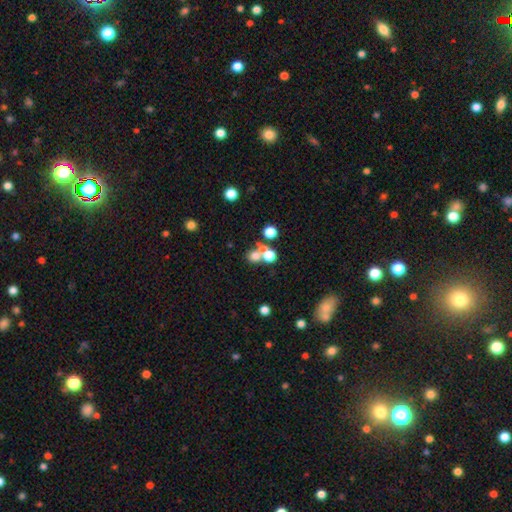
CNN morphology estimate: Smooth or featured? Predicted: smooth (p=0.67). How rounded? Predicted: round (p=0.84). Merging? Predicted: none (p=0.46).